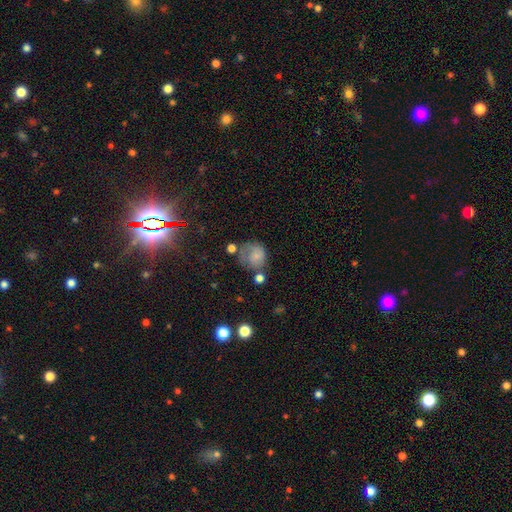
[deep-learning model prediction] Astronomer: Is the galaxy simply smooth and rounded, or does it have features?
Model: smooth — 62%.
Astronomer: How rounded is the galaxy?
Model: round — 75%.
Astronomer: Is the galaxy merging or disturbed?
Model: none — 42% (runner-up: minor disturbance, 26%).